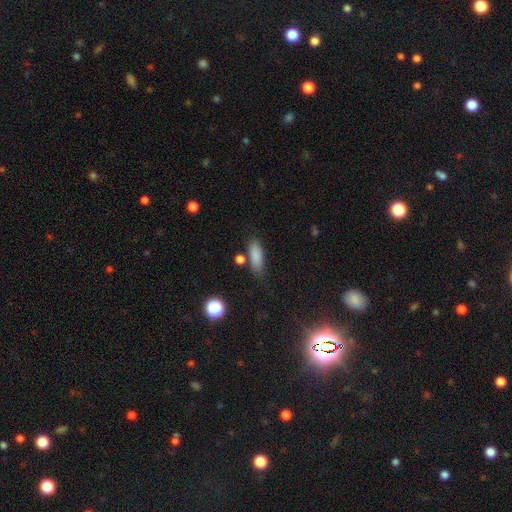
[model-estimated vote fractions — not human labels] A smooth galaxy with no disk features (85%) that is in between round and cigar-shaped (62%).

Vote fractions:
- Smooth or featured? smooth: 85% / star or artifact: 9% / featured or disk: 7%
- How rounded? in between: 62% / cigar-shaped: 34% / round: 4%
- Merging? none: 75% / minor disturbance: 14% / merger: 7% / major disturbance: 4%